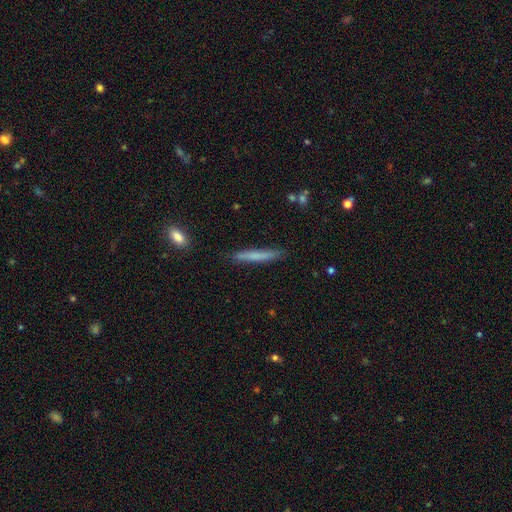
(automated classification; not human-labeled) A smooth galaxy with no disk features (69%) that is cigar-shaped (96%). Merging: none (87%).